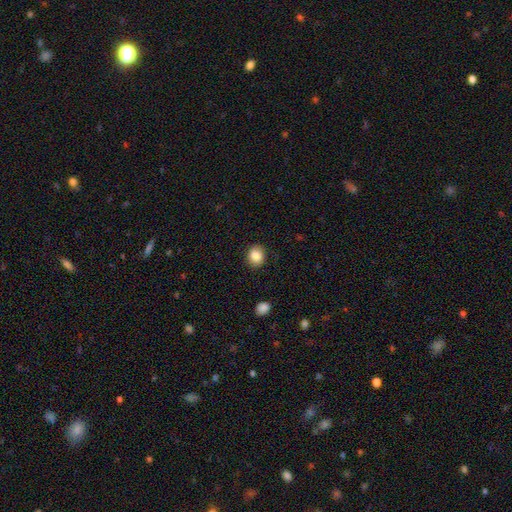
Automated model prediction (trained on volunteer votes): The model was most divided on "how rounded": round: 65%, in between: 34%, cigar-shaped: 1%. More confident: merging — none (88%); smooth or featured — smooth (86%).